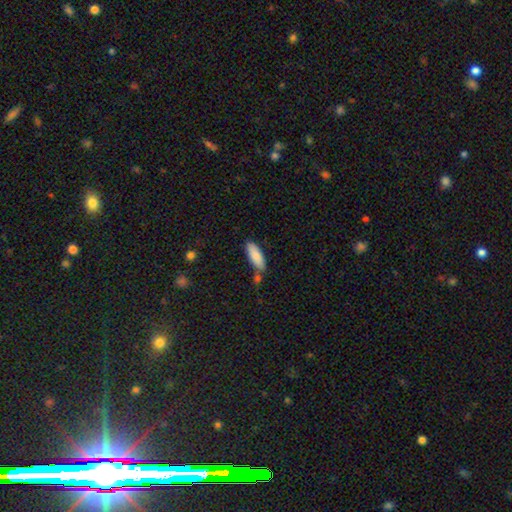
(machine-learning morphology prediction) This appears to be a smooth galaxy with no disk features (87%) that is in between round and cigar-shaped (63%). Merging: none (67%).